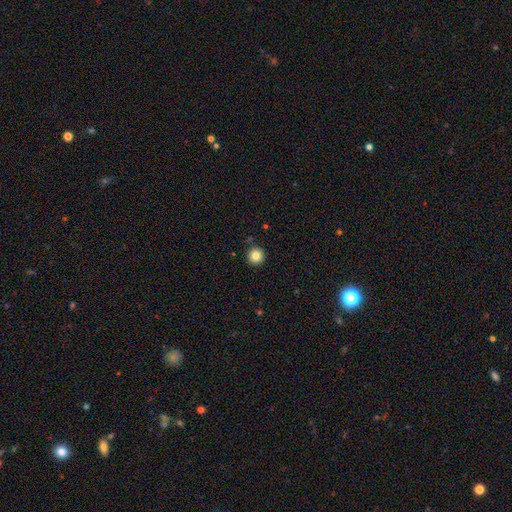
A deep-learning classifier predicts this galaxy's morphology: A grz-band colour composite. It shows a smooth galaxy with no disk features (83%) that is round (96%). Merging: none (92%).